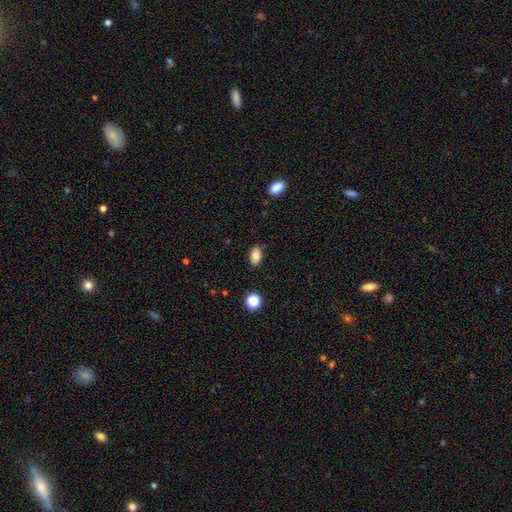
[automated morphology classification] Smooth or featured?
  - smooth: 84% *
  - star or artifact: 9%
  - featured or disk: 7%
How rounded?
  - in between: 90% *
  - round: 8%
  - cigar-shaped: 2%
Merging?
  - none: 82% *
  - minor disturbance: 14%
  - major disturbance: 3%
  - merger: 2%